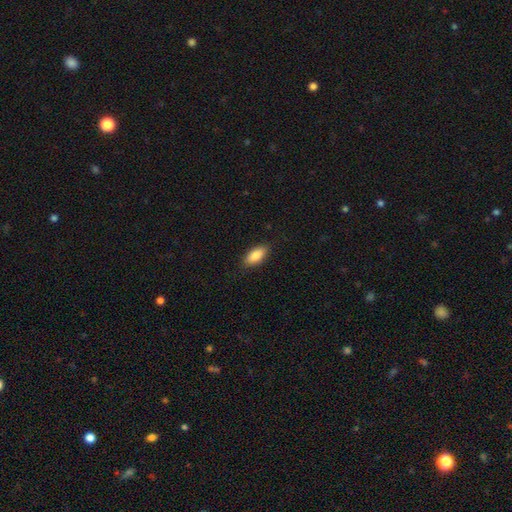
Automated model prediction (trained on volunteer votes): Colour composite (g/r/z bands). It shows a smooth galaxy with no disk features (85%) that is in between round and cigar-shaped (87%). Merging: none (86%).